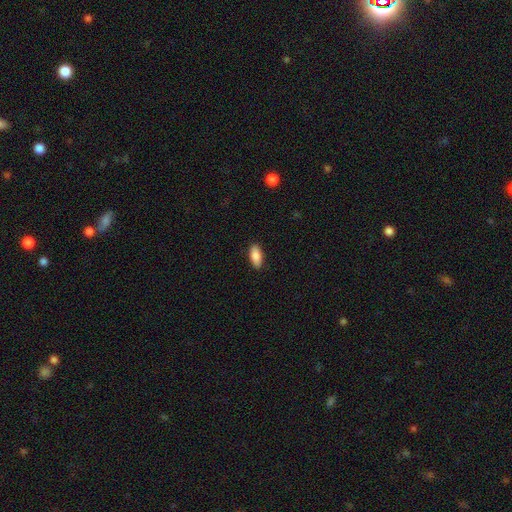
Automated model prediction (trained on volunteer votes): Overall: smooth (87%). How rounded: in between (85%). Merging: none (88%).